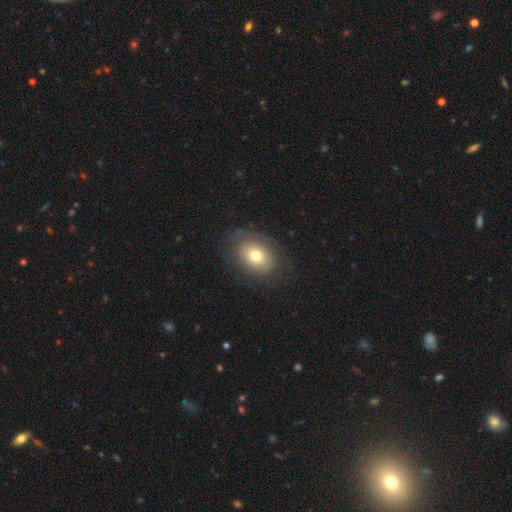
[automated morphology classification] A smooth galaxy with no disk features (64%) that is in between round and cigar-shaped (61%).

Vote fractions:
- Smooth or featured? smooth: 64% / featured or disk: 26% / star or artifact: 9%
- How rounded? in between: 61% / round: 38% / cigar-shaped: 1%
- Merging? none: 75% / minor disturbance: 15% / major disturbance: 8% / merger: 1%